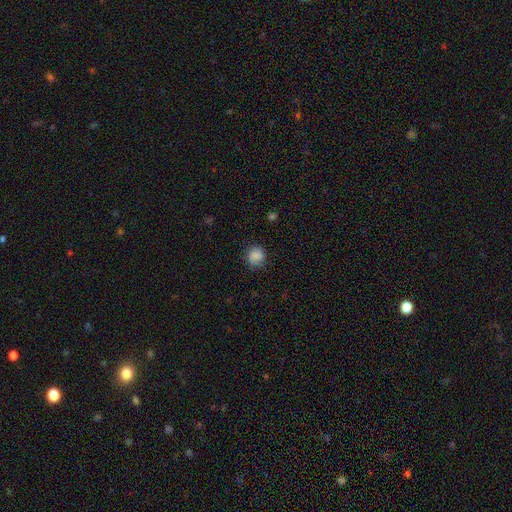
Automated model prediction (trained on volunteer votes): The model was most divided on "merging": none: 77%, minor disturbance: 17%, major disturbance: 5%, merger: 1%. More confident: how rounded — round (84%); smooth or featured — smooth (83%).